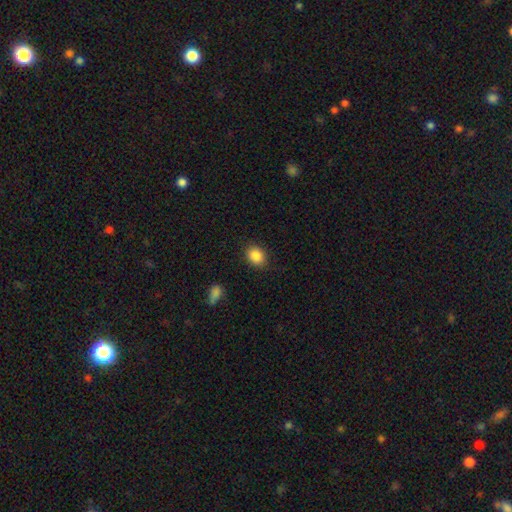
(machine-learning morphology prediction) A smooth galaxy with no disk features (87%) that is in between round and cigar-shaped (52%).

Vote fractions:
- Smooth or featured? smooth: 87% / star or artifact: 9% / featured or disk: 4%
- How rounded? in between: 52% / round: 47% / cigar-shaped: 1%
- Merging? none: 84% / minor disturbance: 11% / major disturbance: 3% / merger: 1%